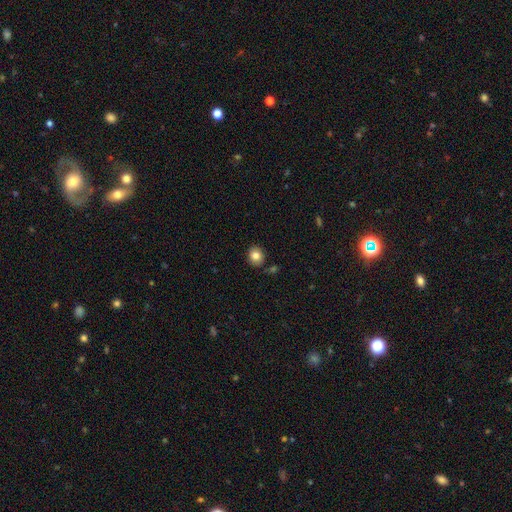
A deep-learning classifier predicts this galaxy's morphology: This appears to be a smooth galaxy with no disk features (83%) that is round (78%). Merging: none (86%).